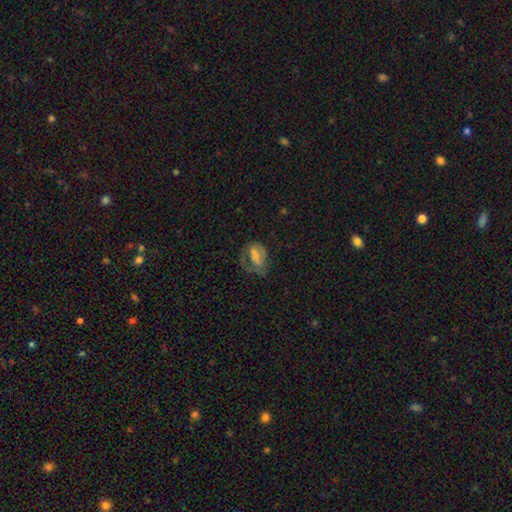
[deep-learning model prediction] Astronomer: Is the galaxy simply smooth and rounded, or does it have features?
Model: featured or disk — 47% (runner-up: smooth, 43%).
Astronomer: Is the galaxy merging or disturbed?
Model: none — 38% (runner-up: major disturbance, 36%).